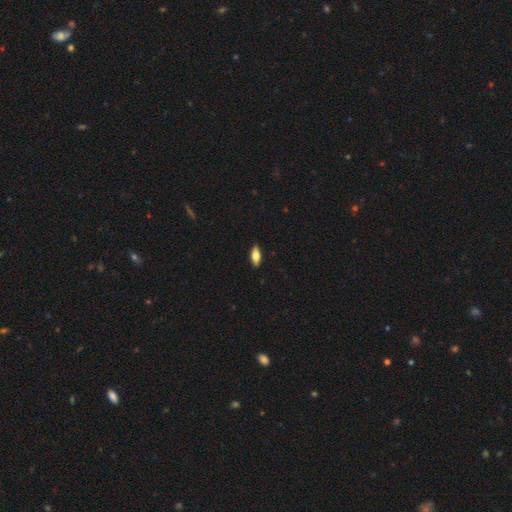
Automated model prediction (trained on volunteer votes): This appears to be a smooth galaxy with no disk features (68%) that is in between round and cigar-shaped (77%). Merging: none (90%).